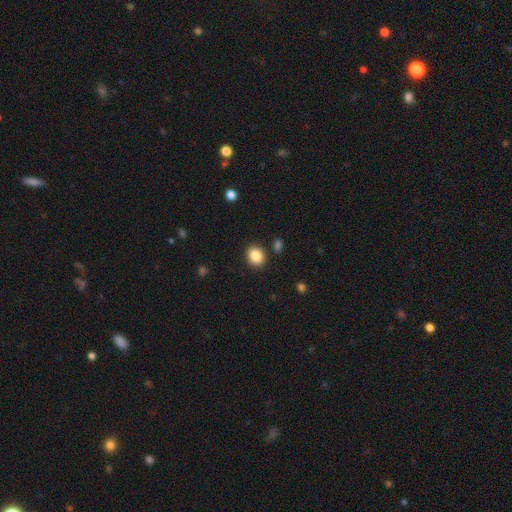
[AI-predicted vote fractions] This appears to be a smooth galaxy with no disk features (86%) that is round (60%). Merging: none (88%).